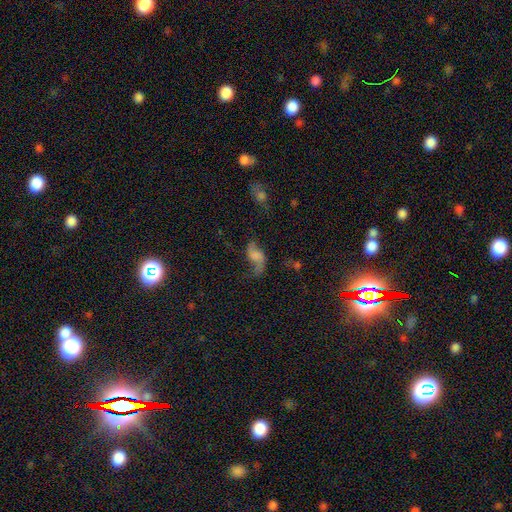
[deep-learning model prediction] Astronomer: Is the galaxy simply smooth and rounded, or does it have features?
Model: featured or disk — 56%.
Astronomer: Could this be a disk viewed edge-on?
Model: no — 96%.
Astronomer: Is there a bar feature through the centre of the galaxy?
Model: no — 57% (runner-up: weak, 33%).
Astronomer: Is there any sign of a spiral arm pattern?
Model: yes — 84%.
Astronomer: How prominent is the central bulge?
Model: none — 46%.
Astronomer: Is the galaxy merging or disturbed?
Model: none — 44% (runner-up: major disturbance, 28%).